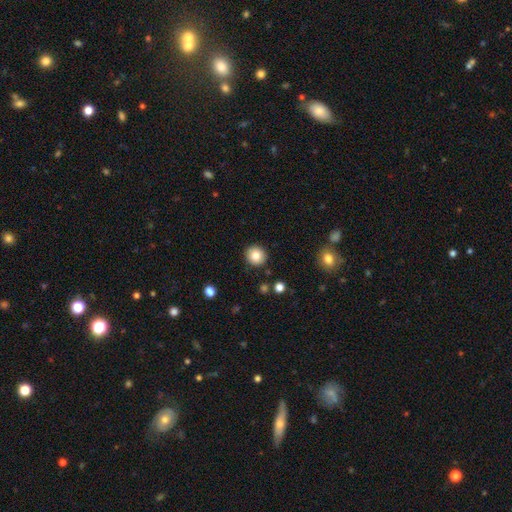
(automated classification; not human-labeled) A smooth galaxy with no disk features (83%) that is round (91%).

Vote fractions:
- Smooth or featured? smooth: 83% / star or artifact: 9% / featured or disk: 7%
- How rounded? round: 91% / in between: 8% / cigar-shaped: 1%
- Merging? none: 91% / minor disturbance: 6% / major disturbance: 2% / merger: 1%